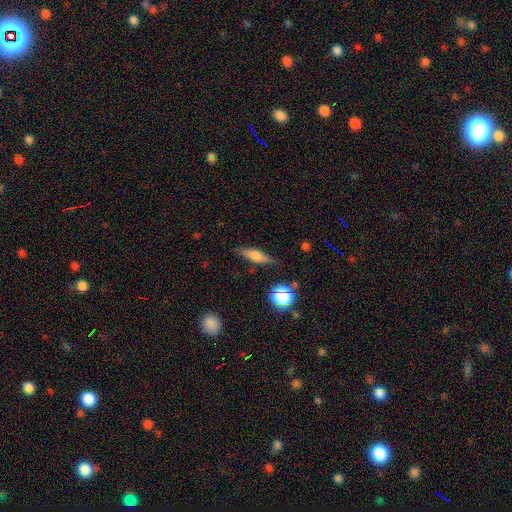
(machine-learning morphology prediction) smooth_or_featured: smooth (p=0.56) [alt: featured or disk p=0.35]
how_rounded: cigar-shaped (p=0.63) [alt: in between p=0.32]
merging: none (p=0.83) [alt: minor disturbance p=0.12]